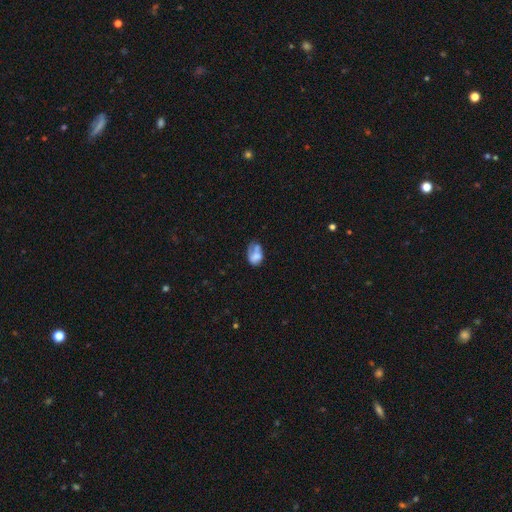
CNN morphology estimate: type=smooth (58%); roundness=in between (79%); merging=none (26%, tied with merger).